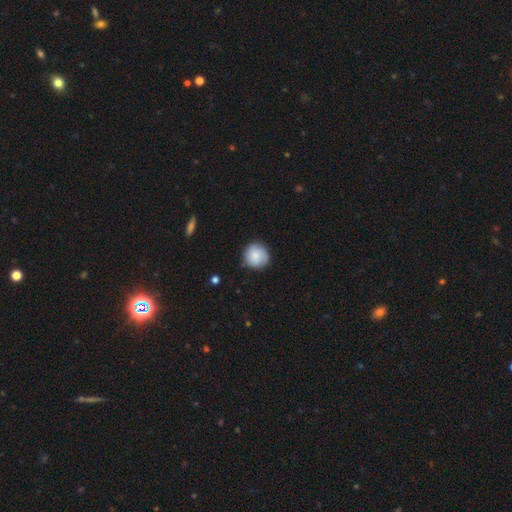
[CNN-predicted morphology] This is likely a smooth galaxy (80%). How rounded: clearly round (94%). Merging: clearly none (82%).